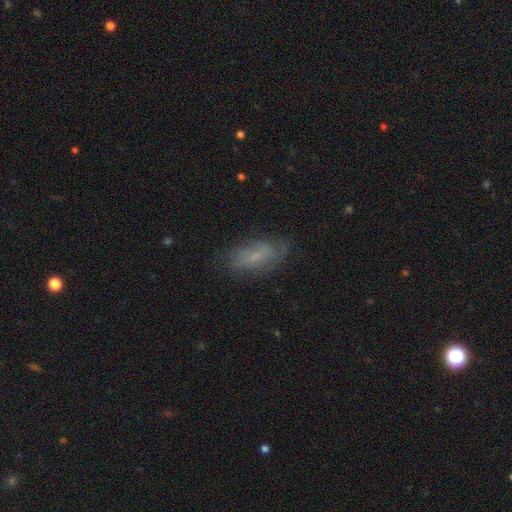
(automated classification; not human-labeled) This is possibly a smooth galaxy (57%). How rounded: likely in between (75%). Merging: likely none (72%).